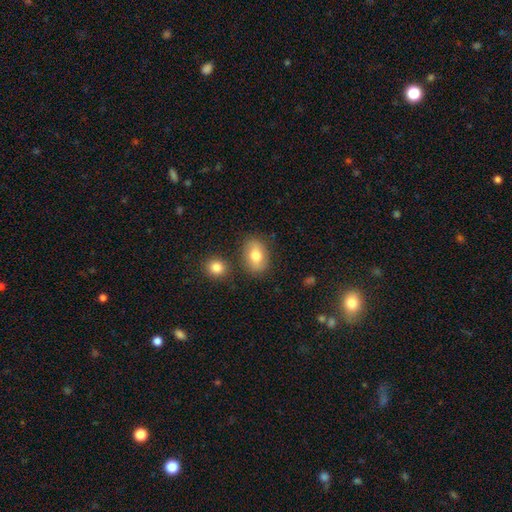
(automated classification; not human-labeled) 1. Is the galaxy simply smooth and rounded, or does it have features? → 74% smooth, 18% featured or disk, 8% star or artifact.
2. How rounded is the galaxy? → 79% in between, 19% round, 1% cigar-shaped.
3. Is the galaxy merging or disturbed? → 78% none, 13% minor disturbance, 5% merger, 4% major disturbance.